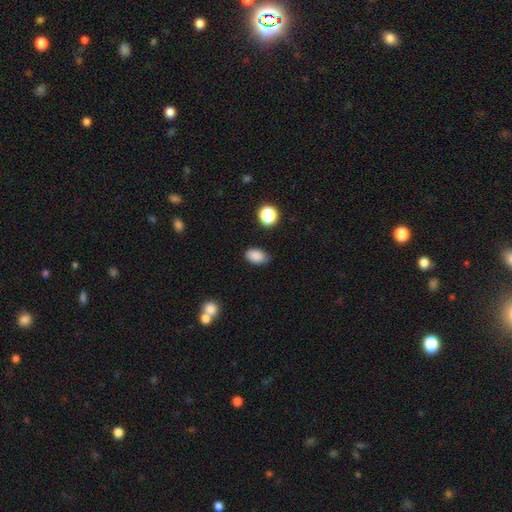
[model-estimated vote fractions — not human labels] A smooth galaxy with no disk features (87%) that is in between round and cigar-shaped (89%). Merging: none (82%).